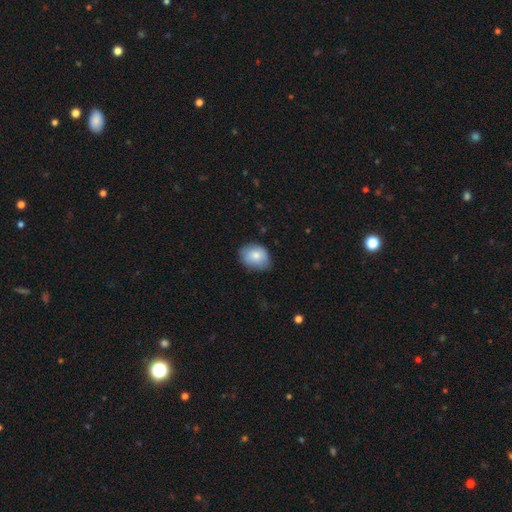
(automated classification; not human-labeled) smooth-or-featured: smooth: 79% | featured or disk: 14% | star or artifact: 7%
  how-rounded: in between: 58% | round: 41% | cigar-shaped: 1%
  merging: none: 71% | minor disturbance: 24% | major disturbance: 4% | merger: 1%